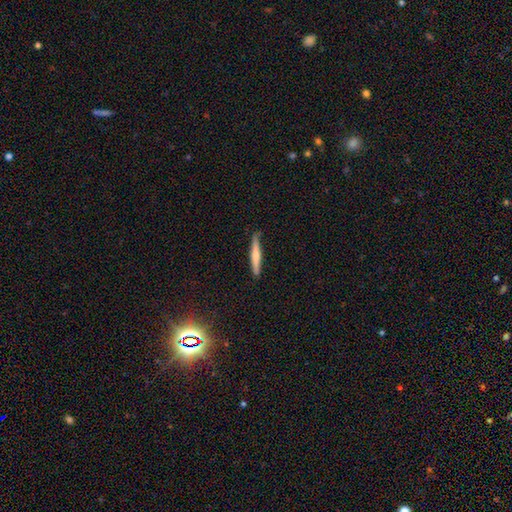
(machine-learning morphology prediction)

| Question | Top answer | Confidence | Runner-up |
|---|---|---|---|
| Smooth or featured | smooth | 57% | featured or disk (37%) |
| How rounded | cigar-shaped | 94% | in between (4%) |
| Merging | none | 83% | minor disturbance (14%) |